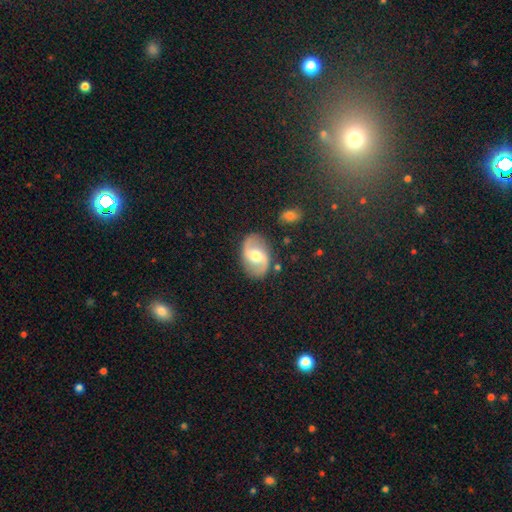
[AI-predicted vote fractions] Morphology: type=featured or disk (76%); edge-on=no (97%); bar=weak (45%); spiral arms=yes (90%); winding=loose (52%); arm count=2 (92%); bulge=moderate (73%); merging=none (83%).